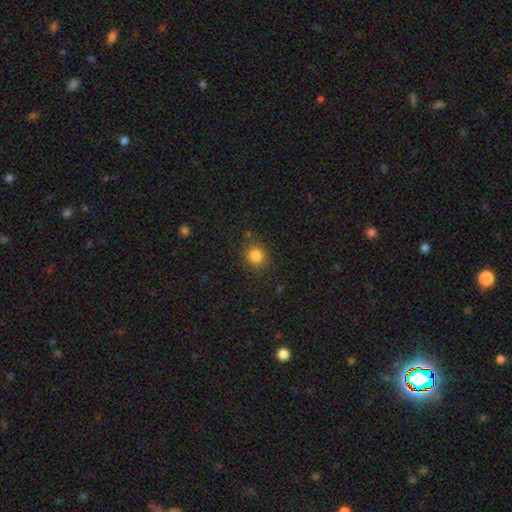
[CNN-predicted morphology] A smooth galaxy with no disk features (83%) that is round (85%). Merging: none (85%).